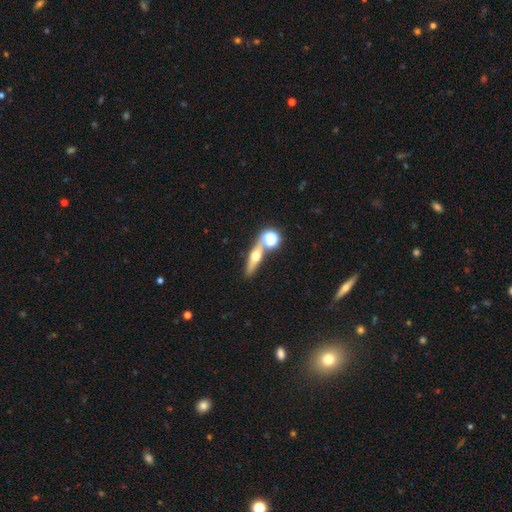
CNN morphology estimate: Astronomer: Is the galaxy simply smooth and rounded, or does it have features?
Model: featured or disk — 49% (runner-up: smooth, 38%).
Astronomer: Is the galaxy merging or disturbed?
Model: none — 68%.